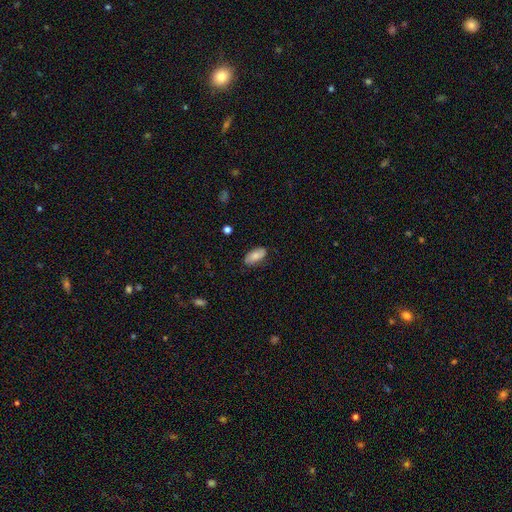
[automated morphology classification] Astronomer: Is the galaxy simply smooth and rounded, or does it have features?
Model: smooth — 78%.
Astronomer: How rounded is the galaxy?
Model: in between — 91%.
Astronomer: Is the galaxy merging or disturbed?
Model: none — 79%.